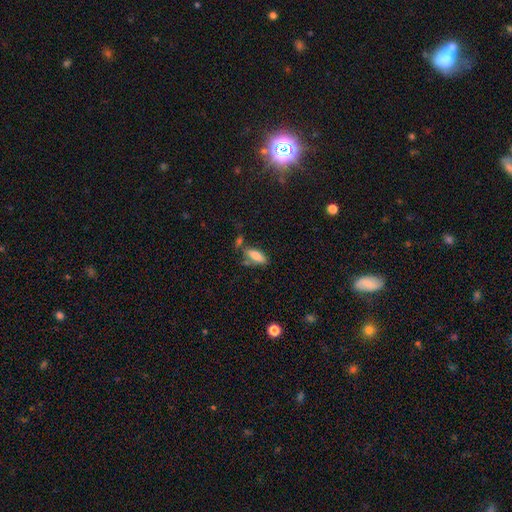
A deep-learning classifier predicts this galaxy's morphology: smooth 81%, featured or disk 11%, star or artifact 8%. Down the decision tree: how rounded — in between (76%); merging — none (59%).